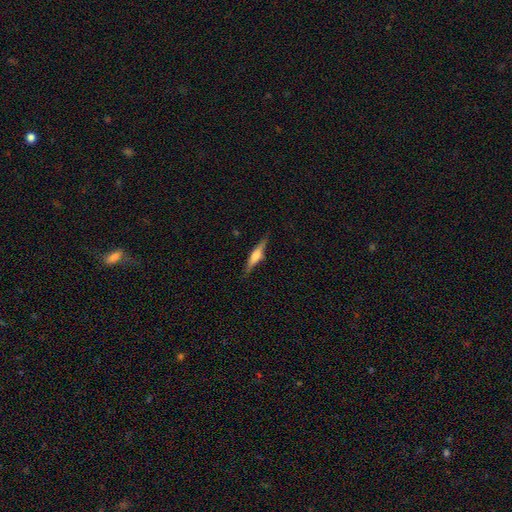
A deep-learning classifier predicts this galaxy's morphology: This is likely a featured or disk galaxy (64%). It is clearly viewed edge-on (97%). Edge-on bulge: clearly rounded (82%). Merging: clearly none (87%).